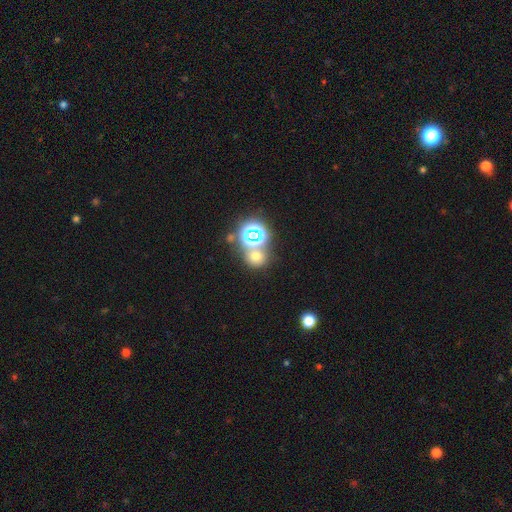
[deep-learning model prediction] Smooth or featured? smooth (54%)
How rounded? round (79%)
Merging? none (58%)